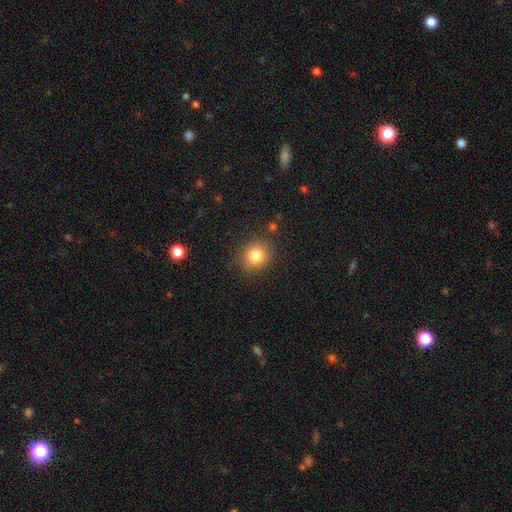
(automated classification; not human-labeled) Smooth or featured? smooth (82%)
How rounded? round (84%)
Merging? none (86%)